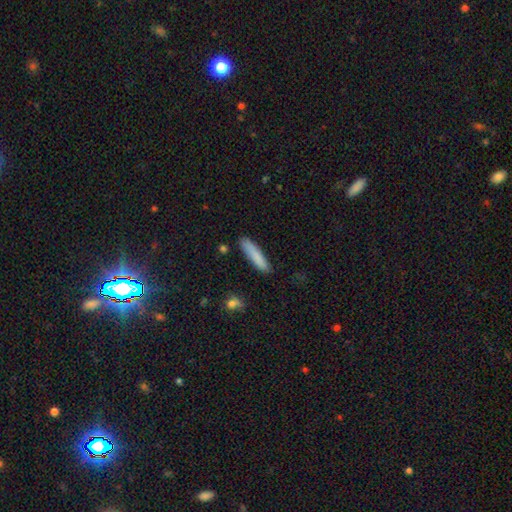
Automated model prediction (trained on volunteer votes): Smooth or featured? Predicted: smooth (p=0.84). How rounded? Predicted: cigar-shaped (p=0.86). Merging? Predicted: none (p=0.86).